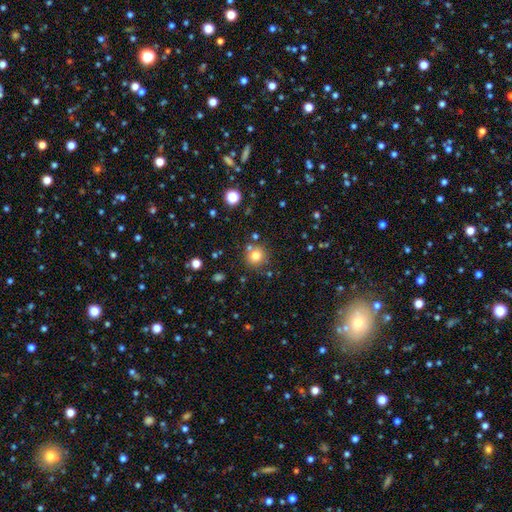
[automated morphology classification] Smooth or featured? Predicted: smooth (p=0.77). How rounded? Predicted: round (p=0.91). Merging? Predicted: none (p=0.76).